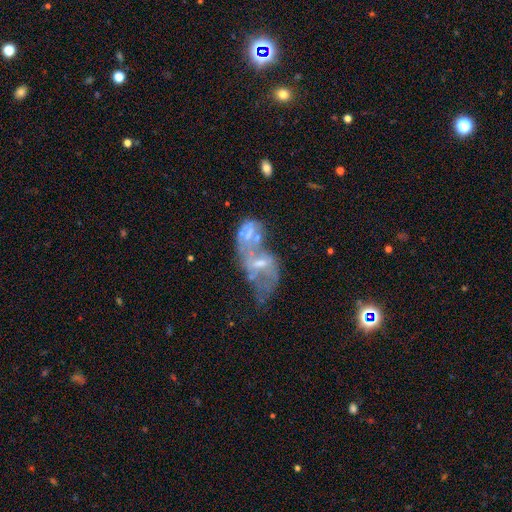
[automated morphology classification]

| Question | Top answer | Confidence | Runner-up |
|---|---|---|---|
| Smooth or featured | featured or disk | 67% | smooth (19%) |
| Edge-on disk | no | 94% | yes (6%) |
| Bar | no | 53% | weak (34%) |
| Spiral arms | yes | 65% | no (35%) |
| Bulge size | small | 50% | moderate (35%) |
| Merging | merger | 60% | none (19%) |